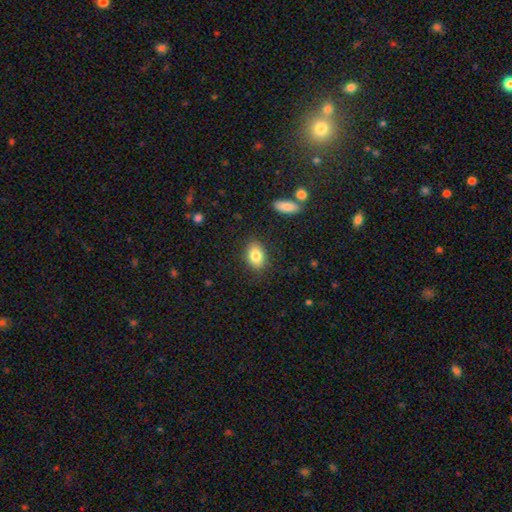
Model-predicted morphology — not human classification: type=smooth (83%); roundness=in between (84%); merging=none (85%).